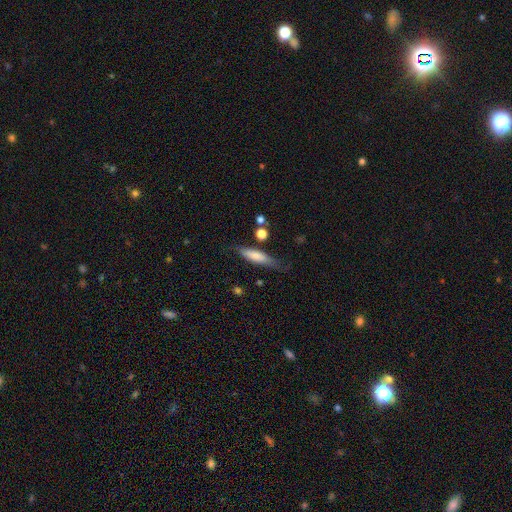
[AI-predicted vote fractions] Smooth or featured? Predicted: smooth (p=0.72). How rounded? Predicted: cigar-shaped (p=0.71). Merging? Predicted: none (p=0.67).